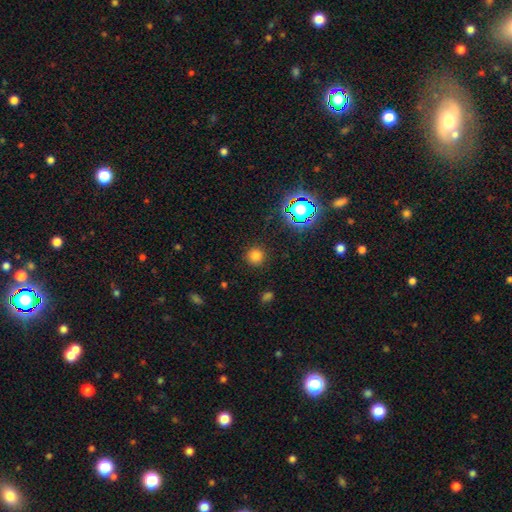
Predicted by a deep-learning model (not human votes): Smooth or featured? smooth (76%)
How rounded? round (94%)
Merging? none (90%)